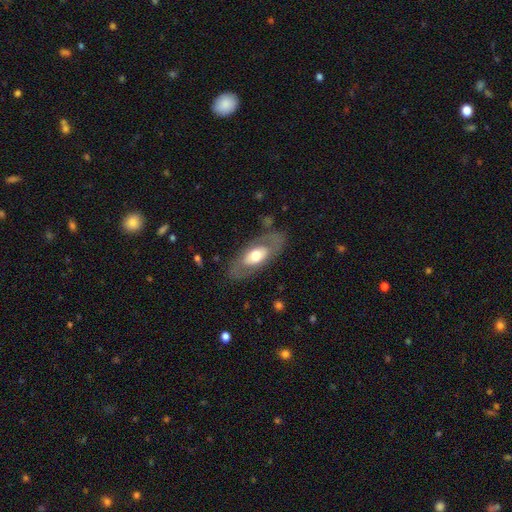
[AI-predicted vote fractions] This appears to be a featured or disk galaxy (50%). Merging: none (78%).